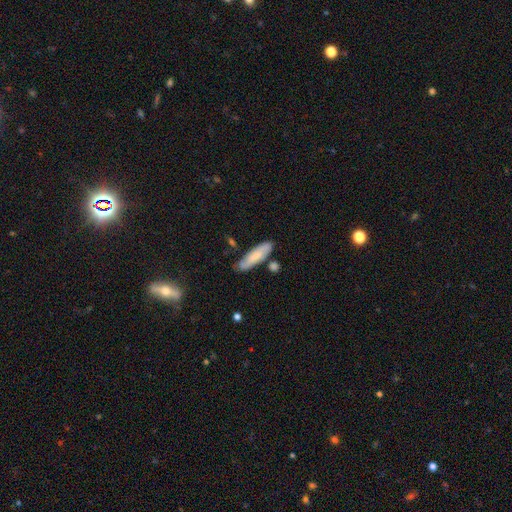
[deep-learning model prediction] smooth-or-featured: smooth: 65% | featured or disk: 28% | star or artifact: 6%
  how-rounded: cigar-shaped: 63% | in between: 35% | round: 2%
  merging: none: 72% | minor disturbance: 17% | merger: 7% | major disturbance: 4%